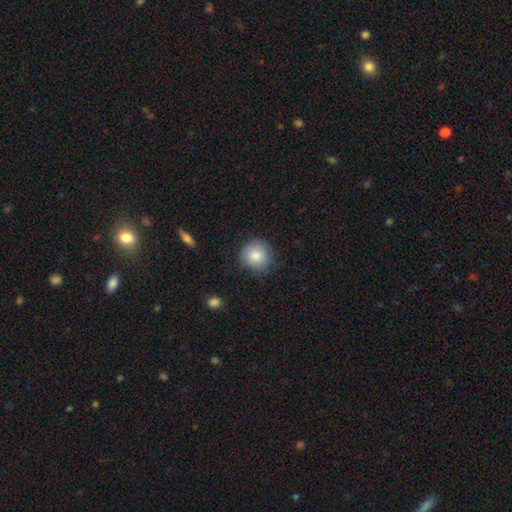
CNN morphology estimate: Smooth or featured? Predicted: smooth (p=0.84). How rounded? Predicted: round (p=0.90). Merging? Predicted: none (p=0.79).